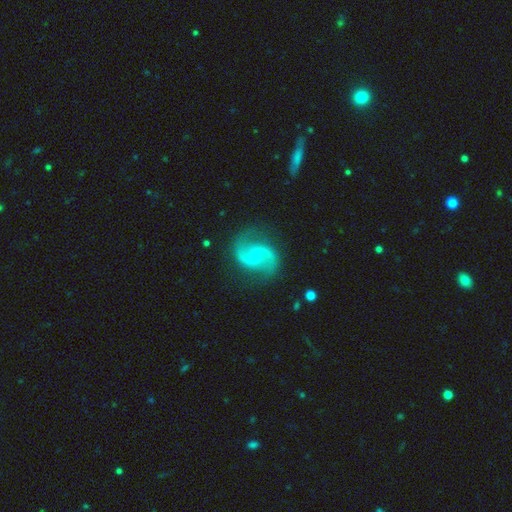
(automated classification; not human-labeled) smooth-or-featured: featured or disk: 92% | star or artifact: 4% | smooth: 4%
  disk-edge-on: no: 98% | yes: 2%
    bar: no: 45% | weak: 44% | strong: 11%
    has-spiral-arms: yes: 98% | no: 2%
      spiral-winding: medium: 52% | loose: 39% | tight: 10%
      spiral-arm-count: 2: 94% | can't tell: 1% | 1: 1% | 3: 1% | 4: 1% | more than 4: 1%
    bulge-size: moderate: 51% | small: 44% | none: 2% | large: 2% | dominant: 1%
  merging: none: 82% | minor disturbance: 13% | major disturbance: 4% | merger: 1%